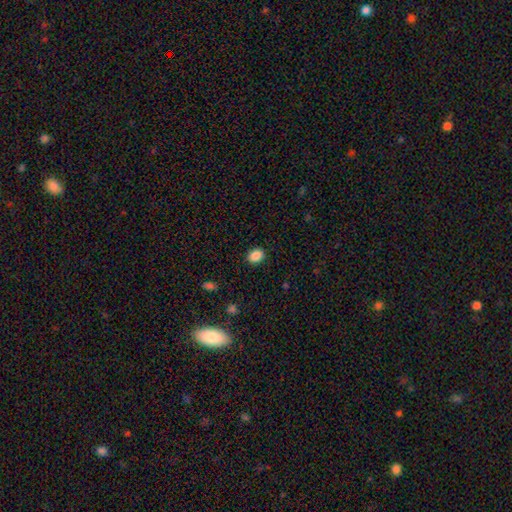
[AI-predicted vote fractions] A smooth galaxy with no disk features (87%) that is in between round and cigar-shaped (53%). Merging: none (89%).